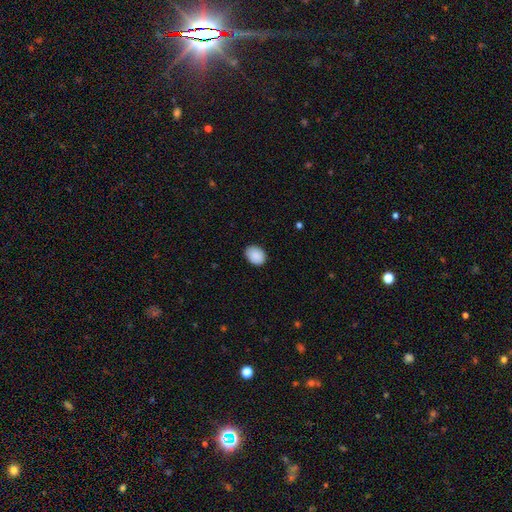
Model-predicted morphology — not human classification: Smooth or featured: smooth — 90% (star or artifact — 7%)
How rounded: in between — 58% (round — 41%)
Merging: none — 85% (minor disturbance — 12%)